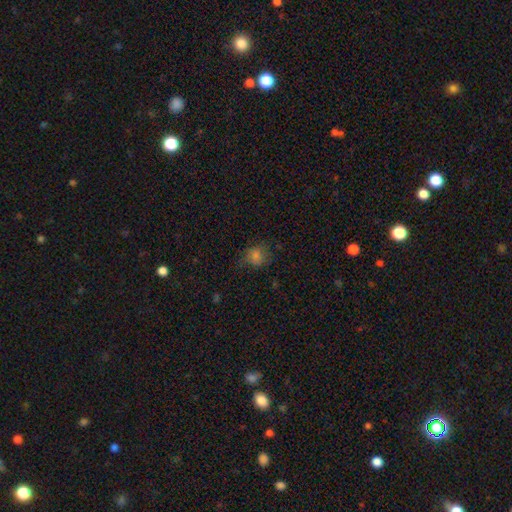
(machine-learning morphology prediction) Overall: smooth (70%). How rounded: round (72%). Merging: none (68%).